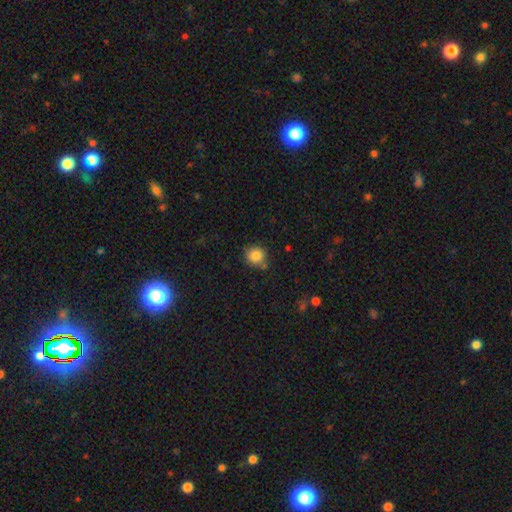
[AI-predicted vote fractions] Overall: smooth (85%). How rounded: round (86%). Merging: none (73%).